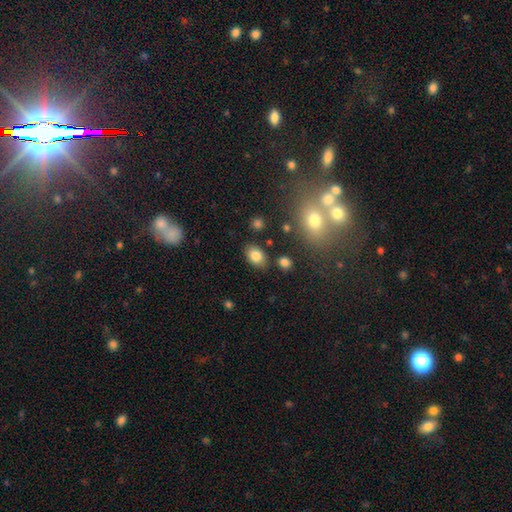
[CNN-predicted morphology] smooth-or-featured: smooth: 82% | star or artifact: 10% | featured or disk: 8%
  how-rounded: in between: 81% | round: 18% | cigar-shaped: 1%
  merging: none: 81% | minor disturbance: 12% | merger: 4% | major disturbance: 3%